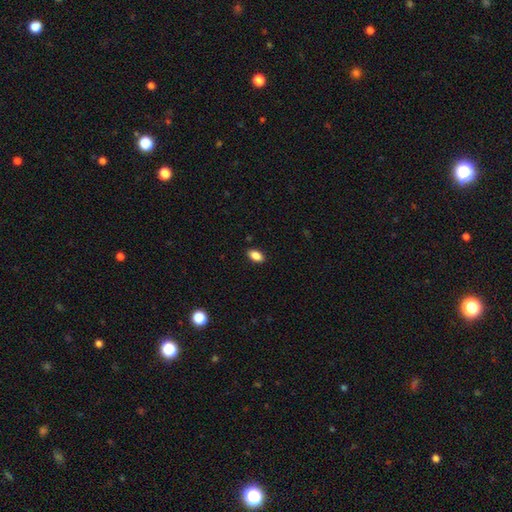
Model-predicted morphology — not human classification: This appears to be a smooth galaxy with no disk features (86%) that is in between round and cigar-shaped (91%). Merging: none (89%).